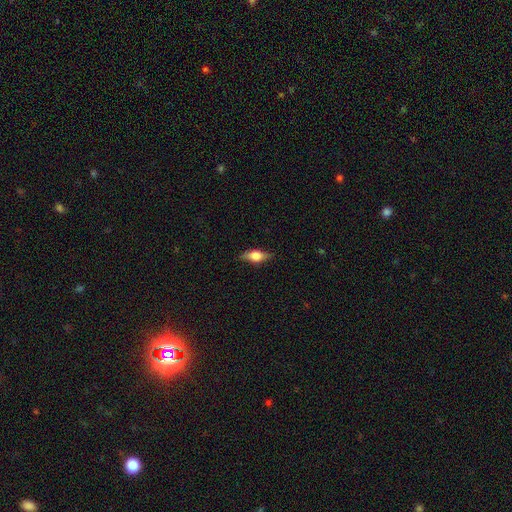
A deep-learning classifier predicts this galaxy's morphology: This is possibly a smooth galaxy (51%). How rounded: likely in between (71%). Merging: clearly none (82%).